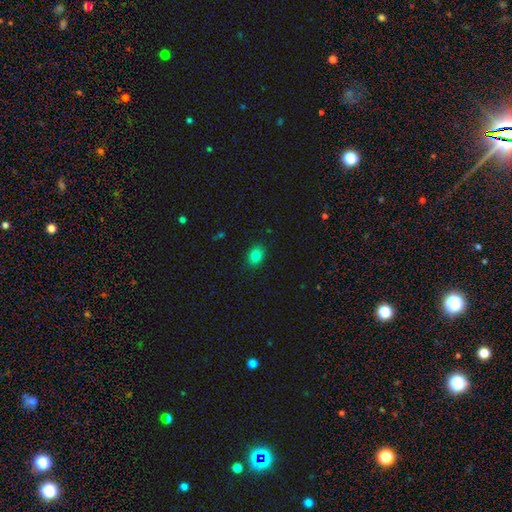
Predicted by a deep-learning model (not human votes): Smooth or featured: smooth — 83% (star or artifact — 12%)
How rounded: in between — 61% (round — 38%)
Merging: none — 88% (minor disturbance — 9%)